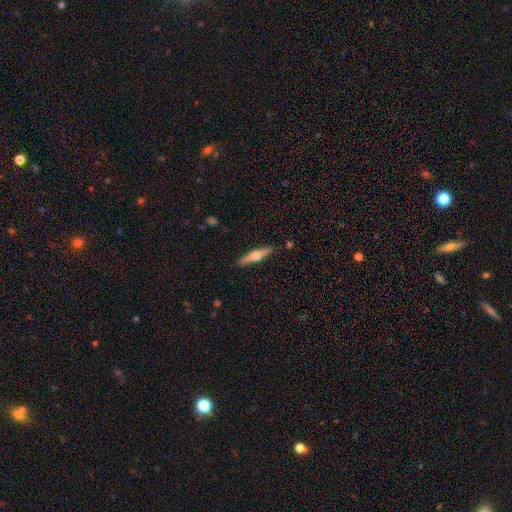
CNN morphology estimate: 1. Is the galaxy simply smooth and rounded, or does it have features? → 60% featured or disk, 34% smooth, 6% star or artifact.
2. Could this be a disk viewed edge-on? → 97% yes, 3% no.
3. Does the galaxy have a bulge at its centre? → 90% rounded, 7% boxy, 3% none.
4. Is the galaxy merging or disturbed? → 88% none, 9% minor disturbance, 2% major disturbance, 2% merger.